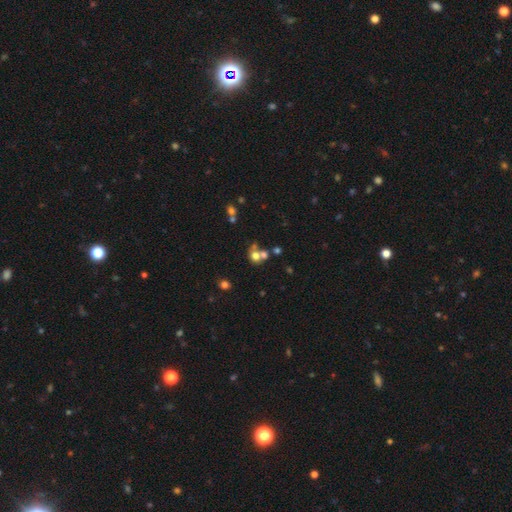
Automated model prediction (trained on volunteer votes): Q: Smooth or featured?
A: smooth (65%); runner-up: featured or disk (18%)
Q: How rounded?
A: round (76%); runner-up: in between (23%)
Q: Merging?
A: merger (48%); runner-up: none (38%)